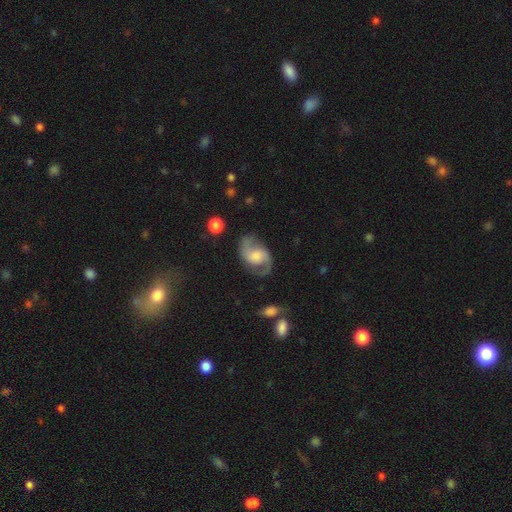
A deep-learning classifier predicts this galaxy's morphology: Overall: featured or disk (83%). Edge-on disk: no (98%). Bar: no (54%; weak 37%). Spiral arms: yes (95%). Spiral arm count: 2 (91%). Spiral winding: medium (49%; loose 38%). Bulge size: moderate (48%; small 31%). Merging: none (73%).